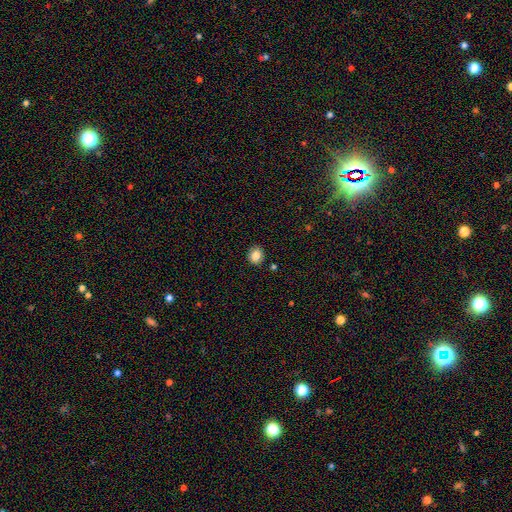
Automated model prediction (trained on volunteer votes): A smooth galaxy with no disk features (83%) that is round (73%).

Vote fractions:
- Smooth or featured? smooth: 83% / star or artifact: 10% / featured or disk: 6%
- How rounded? round: 73% / in between: 26% / cigar-shaped: 1%
- Merging? none: 87% / minor disturbance: 9% / major disturbance: 2% / merger: 2%